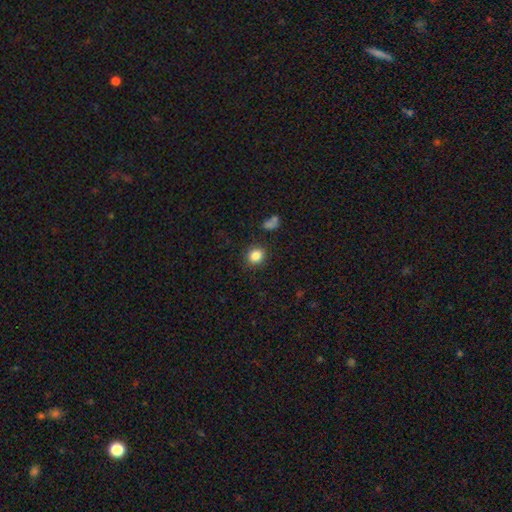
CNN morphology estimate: Smooth or featured?
  - smooth: 85% *
  - star or artifact: 10%
  - featured or disk: 5%
How rounded?
  - round: 75% *
  - in between: 24%
  - cigar-shaped: 1%
Merging?
  - none: 86% *
  - minor disturbance: 9%
  - major disturbance: 3%
  - merger: 2%